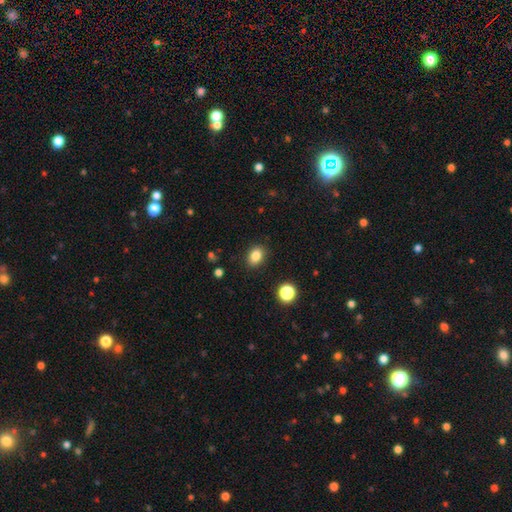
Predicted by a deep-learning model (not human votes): This is clearly a smooth galaxy (84%). How rounded: likely in between (67%). Merging: clearly none (87%).